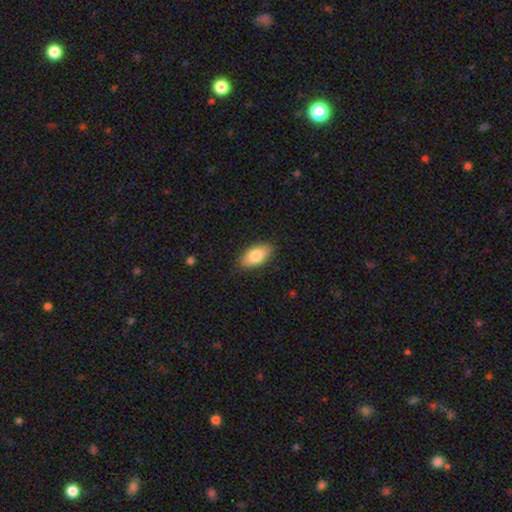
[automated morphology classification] This is clearly a smooth galaxy (81%). How rounded: clearly in between (91%). Merging: clearly none (86%).